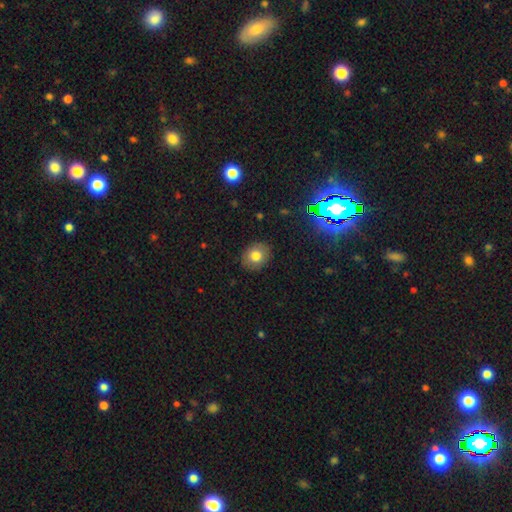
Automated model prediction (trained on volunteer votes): Smooth or featured? smooth (77%)
How rounded? round (65%)
Merging? none (88%)